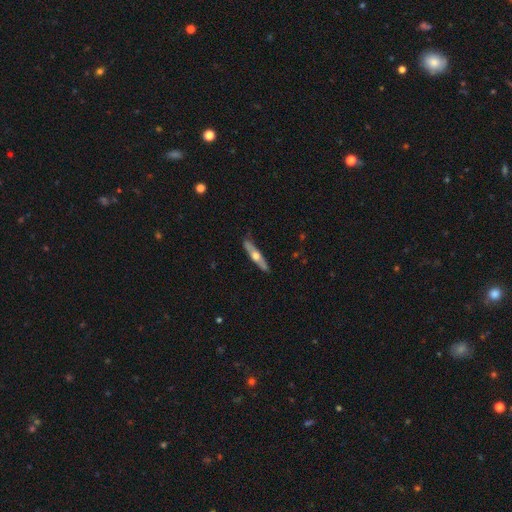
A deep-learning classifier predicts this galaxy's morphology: The model was most divided on "smooth or featured": featured or disk: 56%, smooth: 39%, star or artifact: 5%. More confident: edge-on bulge — rounded (92%); edge-on disk — yes (91%); merging — none (88%).